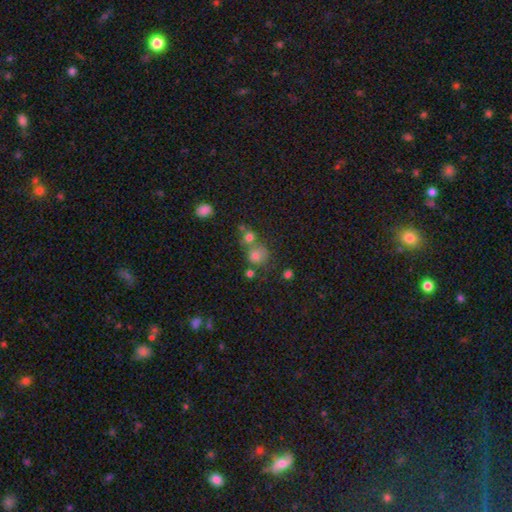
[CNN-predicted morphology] A smooth galaxy with no disk features (73%) that is round (84%).

Vote fractions:
- Smooth or featured? smooth: 73% / star or artifact: 16% / featured or disk: 11%
- How rounded? round: 84% / in between: 15% / cigar-shaped: 1%
- Merging? none: 53% / merger: 28% / minor disturbance: 12% / major disturbance: 6%